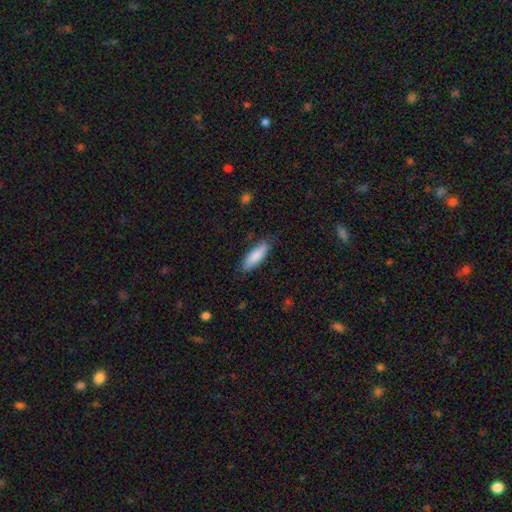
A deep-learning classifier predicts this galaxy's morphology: Smooth or featured? smooth (86%)
How rounded? in between (57%)
Merging? none (80%)